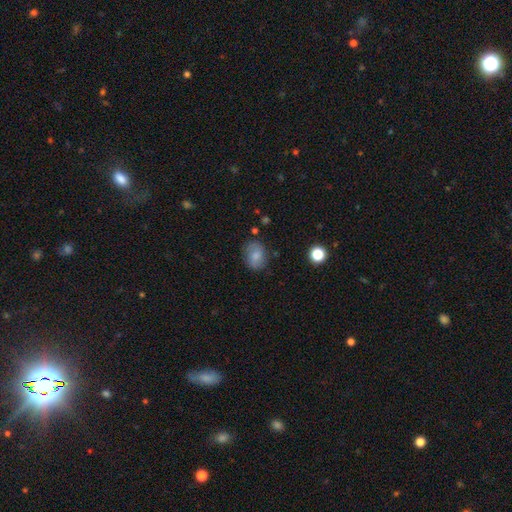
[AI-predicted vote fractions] Smooth or featured? Predicted: smooth (p=0.73). How rounded? Predicted: in between (p=0.60). Merging? Predicted: none (p=0.74).